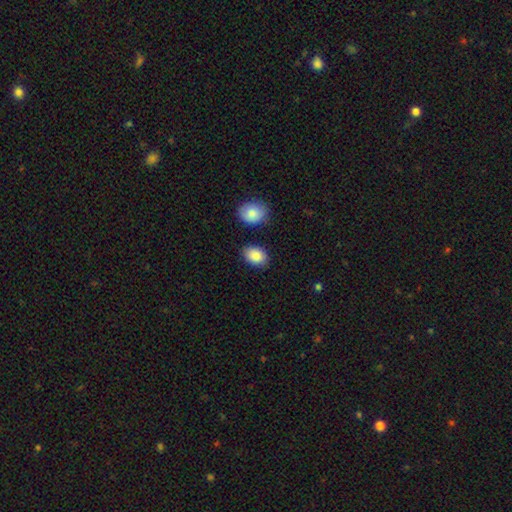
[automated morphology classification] A smooth galaxy with no disk features (88%) that is in between round and cigar-shaped (79%). Merging: none (81%).